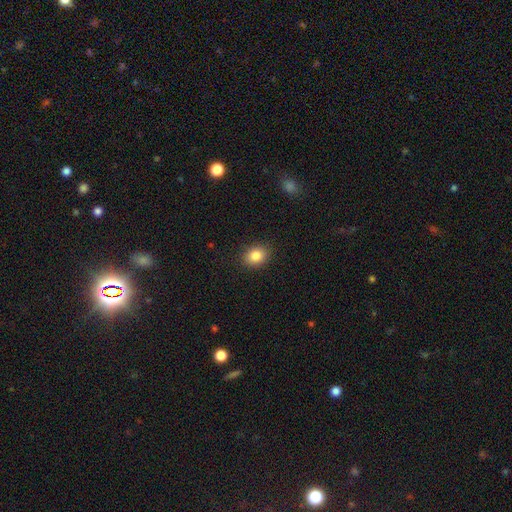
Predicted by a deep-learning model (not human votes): This is clearly a smooth galaxy (85%). How rounded: possibly in between (57%). Merging: clearly none (89%).